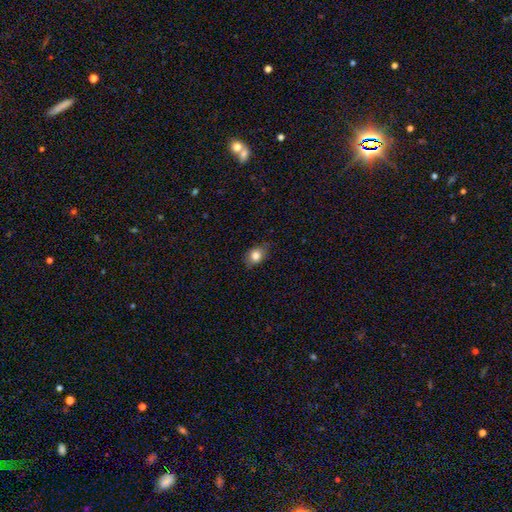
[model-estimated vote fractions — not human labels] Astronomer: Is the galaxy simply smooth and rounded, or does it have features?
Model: smooth — 81%.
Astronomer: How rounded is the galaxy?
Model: in between — 65%.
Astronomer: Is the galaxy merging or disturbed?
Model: none — 76%.